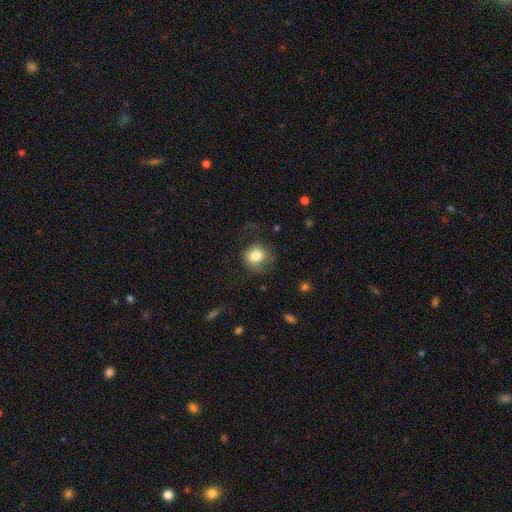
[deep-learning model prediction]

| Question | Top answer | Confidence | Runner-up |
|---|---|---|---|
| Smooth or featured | smooth | 79% | featured or disk (12%) |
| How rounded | round | 80% | in between (19%) |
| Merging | none | 54% | minor disturbance (22%) |